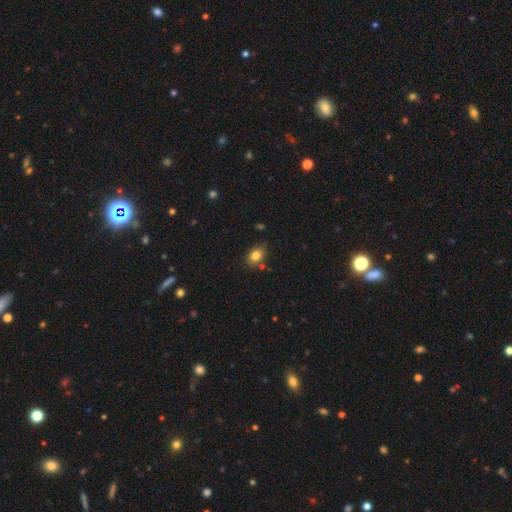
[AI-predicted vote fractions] smooth_or_featured: smooth (p=0.82) [alt: star or artifact p=0.10]
how_rounded: in between (p=0.66) [alt: round p=0.33]
merging: none (p=0.76) [alt: minor disturbance p=0.16]